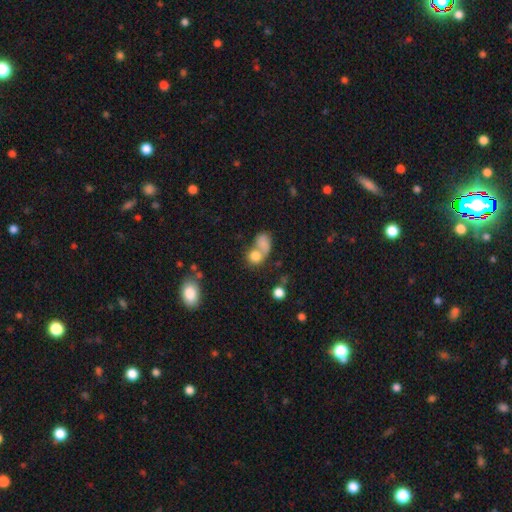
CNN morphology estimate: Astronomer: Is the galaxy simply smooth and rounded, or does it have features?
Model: smooth — 78%.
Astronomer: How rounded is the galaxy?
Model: round — 63%.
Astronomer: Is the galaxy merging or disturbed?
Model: merger — 54% (runner-up: none, 29%).